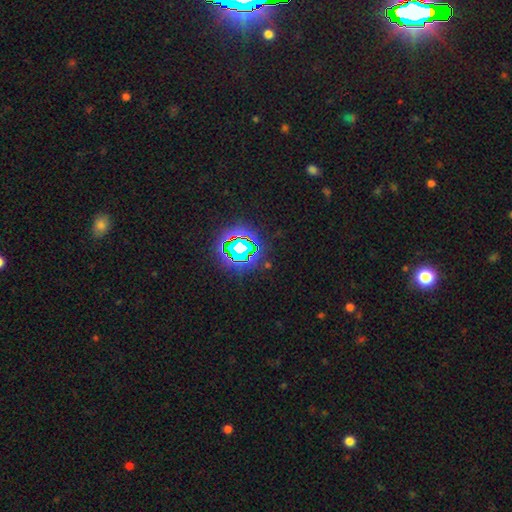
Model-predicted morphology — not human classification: Smooth or featured? star or artifact (83%)